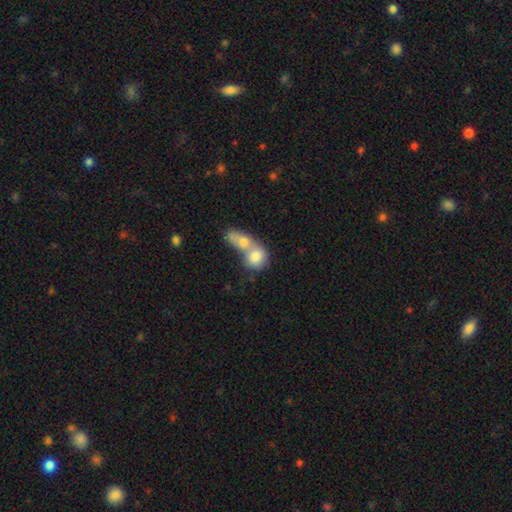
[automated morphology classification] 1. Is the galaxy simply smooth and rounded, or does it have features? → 76% smooth, 17% featured or disk, 7% star or artifact.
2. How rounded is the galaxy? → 54% round, 42% in between, 4% cigar-shaped.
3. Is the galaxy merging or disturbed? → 75% merger, 16% none, 5% minor disturbance, 4% major disturbance.